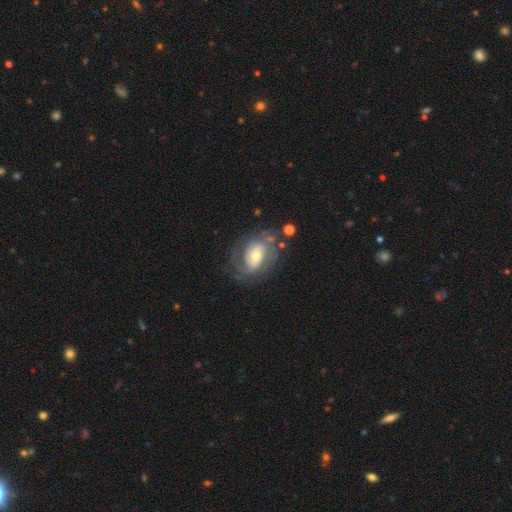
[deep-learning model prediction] Smooth or featured?
  - featured or disk: 80% *
  - smooth: 15%
  - star or artifact: 6%
Edge-on disk?
  - no: 97% *
  - yes: 3%
Bar?
  - no: 46% *
  - weak: 38%
  - strong: 16%
Spiral arms?
  - yes: 90% *
  - no: 10%
Spiral winding?
  - tight: 47% *
  - medium: 39%
  - loose: 15%
Spiral arm count?
  - 2: 51% *
  - can't tell: 24%
  - 3: 13%
  - 1: 6%
  - 4: 3%
  - more than 4: 3%
Bulge size?
  - moderate: 61% *
  - small: 27%
  - large: 9%
  - dominant: 1%
  - none: 1%
Merging?
  - none: 63% *
  - minor disturbance: 19%
  - major disturbance: 14%
  - merger: 4%